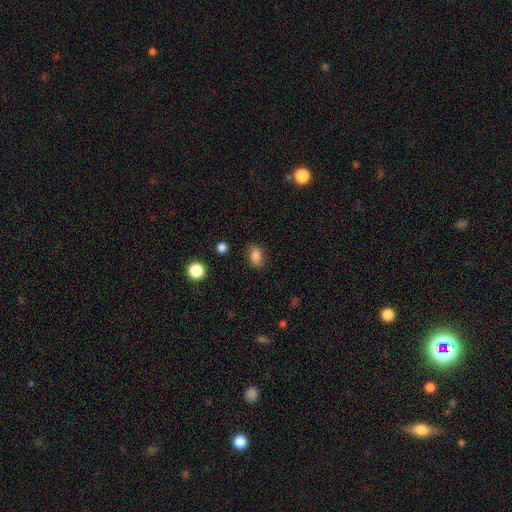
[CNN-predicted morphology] Smooth or featured? Predicted: smooth (p=0.83). How rounded? Predicted: in between (p=0.81). Merging? Predicted: none (p=0.79).